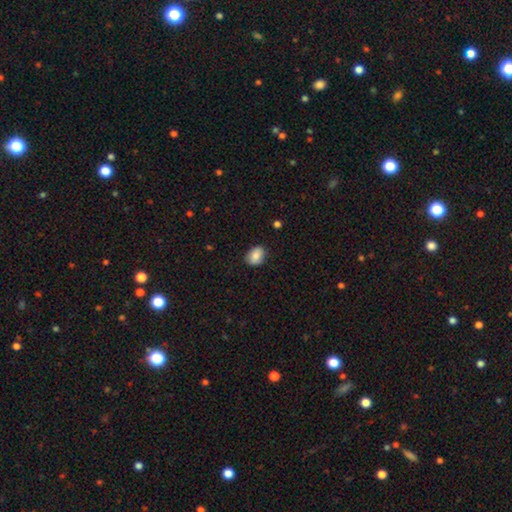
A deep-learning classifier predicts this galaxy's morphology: Smooth or featured: smooth — 84% (featured or disk — 8%)
How rounded: in between — 68% (round — 31%)
Merging: none — 80% (minor disturbance — 16%)